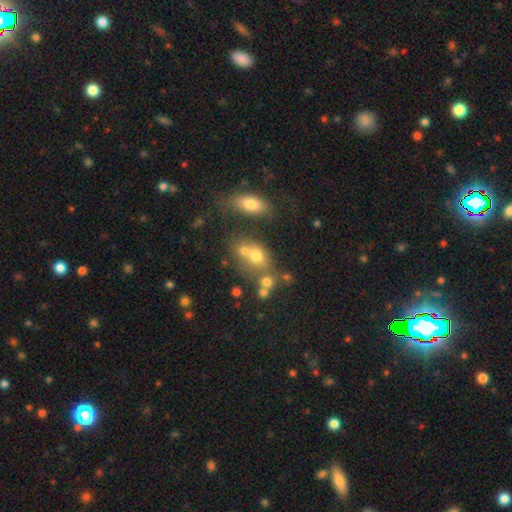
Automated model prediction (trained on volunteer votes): Overall: smooth (66%). How rounded: round (51%; in between 47%). Merging: merger (45%; none 37%).